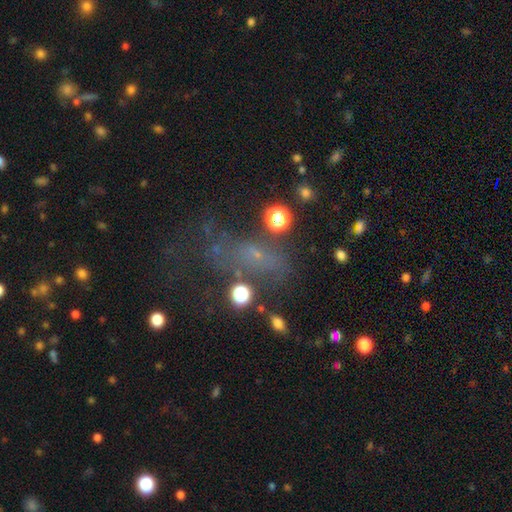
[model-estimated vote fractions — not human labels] Smooth or featured?
  - smooth: 39% *
  - featured or disk: 31%
  - star or artifact: 30%
Merging?
  - none: 38% *
  - major disturbance: 32%
  - minor disturbance: 21%
  - merger: 9%